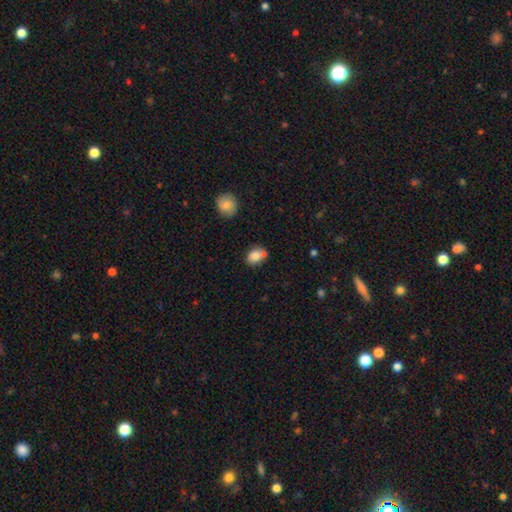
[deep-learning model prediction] Smooth or featured? smooth (80%)
How rounded? in between (60%)
Merging? none (53%)